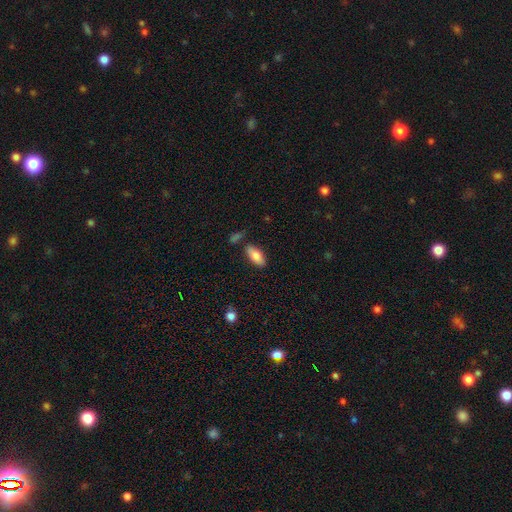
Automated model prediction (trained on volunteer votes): Smooth or featured: smooth — 84% (featured or disk — 9%)
How rounded: in between — 86% (cigar-shaped — 12%)
Merging: none — 79% (minor disturbance — 12%)